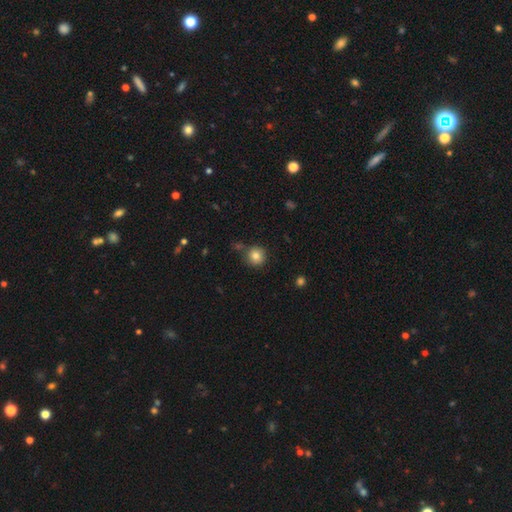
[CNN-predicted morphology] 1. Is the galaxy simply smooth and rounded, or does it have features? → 82% smooth, 11% star or artifact, 7% featured or disk.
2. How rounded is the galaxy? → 93% round, 6% in between, 1% cigar-shaped.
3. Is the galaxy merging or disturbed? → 77% none, 11% minor disturbance, 8% merger, 3% major disturbance.